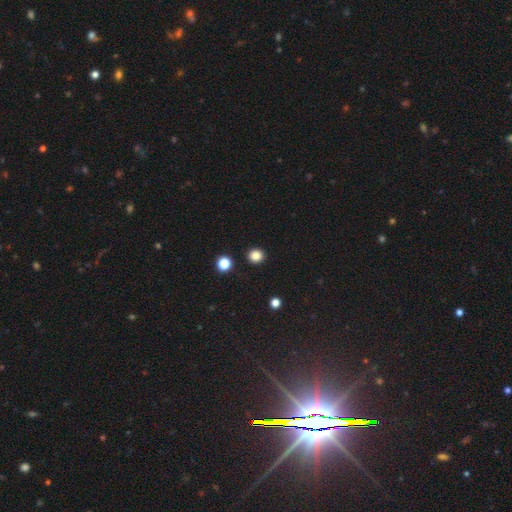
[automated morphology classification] smooth 84%, star or artifact 12%, featured or disk 3%. Down the decision tree: how rounded — round (90%); merging — none (92%).